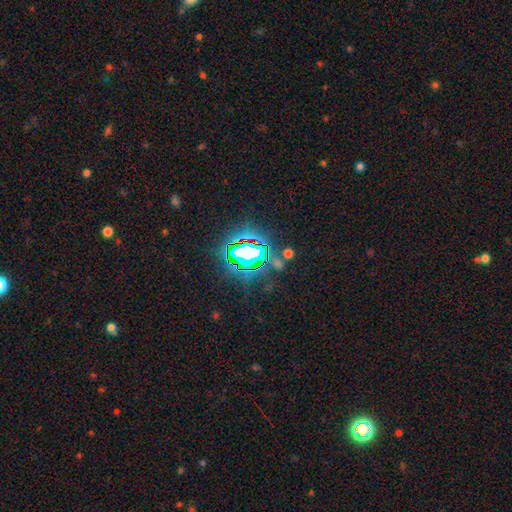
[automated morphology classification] Smooth or featured?
  - star or artifact: 80% *
  - smooth: 11%
  - featured or disk: 9%